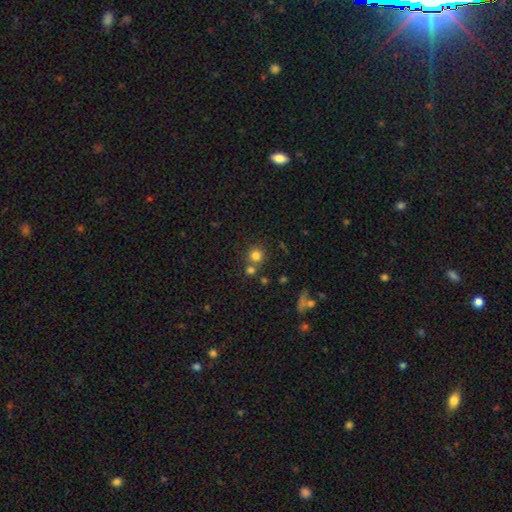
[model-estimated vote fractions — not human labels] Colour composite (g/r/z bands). It shows a smooth galaxy with no disk features (79%) that is round (91%). Merging: none (64%).